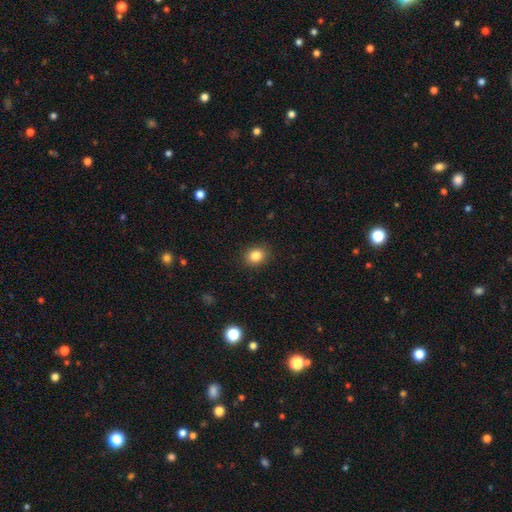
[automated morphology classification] Smooth or featured? smooth (84%)
How rounded? round (53%)
Merging? none (88%)